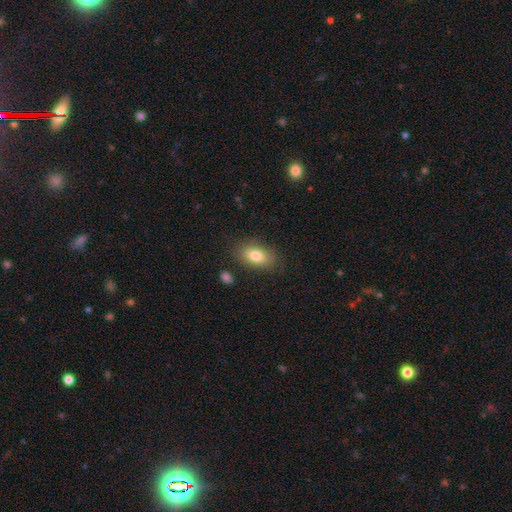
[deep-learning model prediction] Q: Smooth or featured?
A: smooth (81%); runner-up: featured or disk (12%)
Q: How rounded?
A: in between (89%); runner-up: round (8%)
Q: Merging?
A: none (82%); runner-up: minor disturbance (12%)